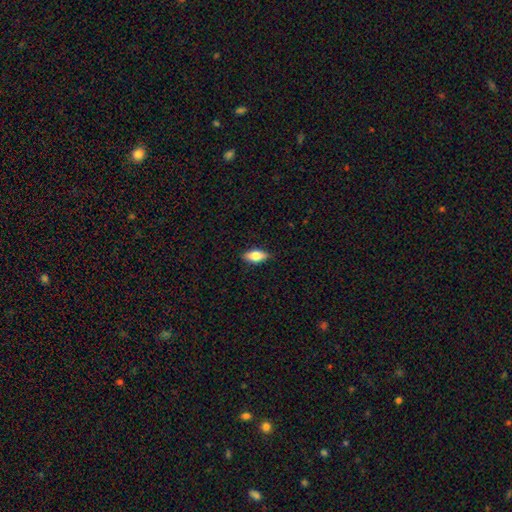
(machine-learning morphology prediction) Smooth or featured: smooth — 72% (featured or disk — 20%)
How rounded: in between — 84% (cigar-shaped — 13%)
Merging: none — 86% (minor disturbance — 11%)